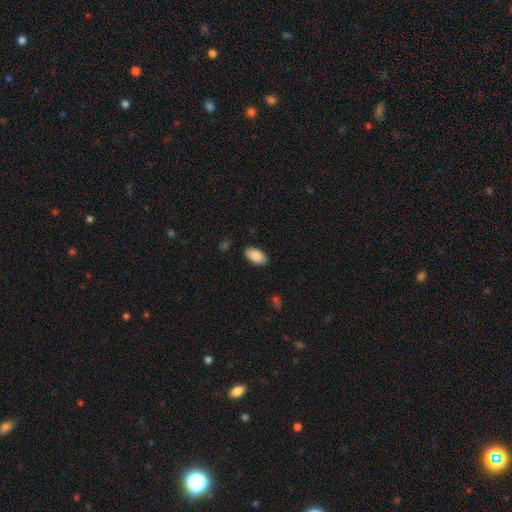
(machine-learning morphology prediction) A smooth galaxy with no disk features (86%) that is in between round and cigar-shaped (95%).

Vote fractions:
- Smooth or featured? smooth: 86% / featured or disk: 7% / star or artifact: 7%
- How rounded? in between: 95% / round: 3% / cigar-shaped: 2%
- Merging? none: 87% / minor disturbance: 10% / major disturbance: 2% / merger: 1%